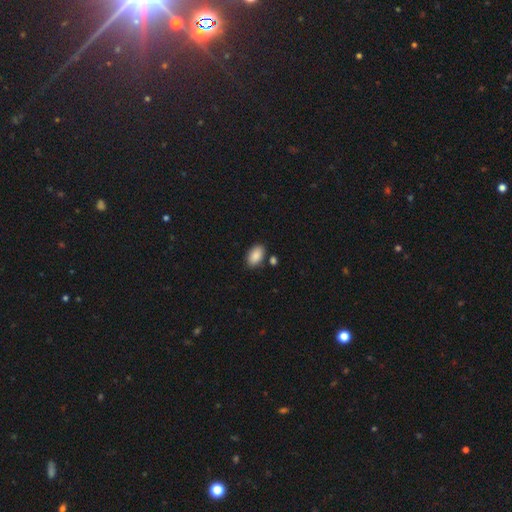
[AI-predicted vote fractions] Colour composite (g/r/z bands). It shows a smooth galaxy with no disk features (89%) that is in between round and cigar-shaped (93%). Merging: none (81%).